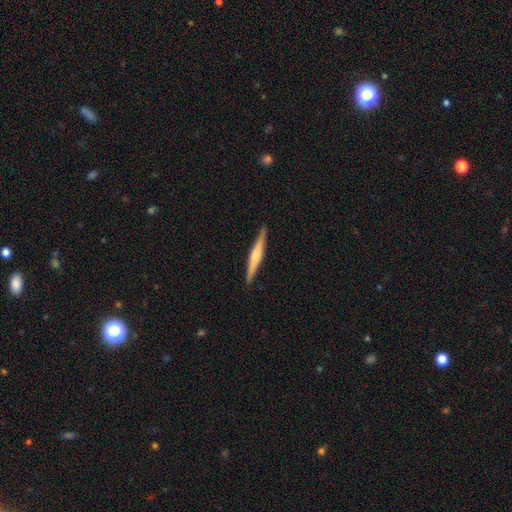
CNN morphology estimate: A featured or disk galaxy (65%) viewed edge-on (98%) with a rounded central bulge (68%). Merging: none (91%).